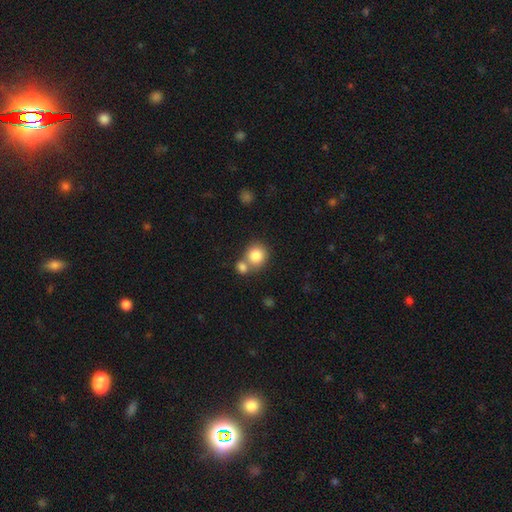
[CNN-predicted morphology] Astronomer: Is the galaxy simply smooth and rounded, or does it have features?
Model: smooth — 82%.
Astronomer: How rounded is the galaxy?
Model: round — 84%.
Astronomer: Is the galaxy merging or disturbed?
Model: none — 51% (runner-up: merger, 38%).